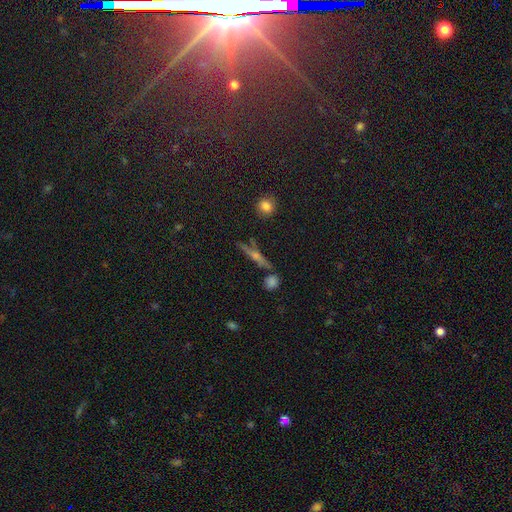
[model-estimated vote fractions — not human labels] A featured or disk galaxy (57%) viewed edge-on (93%) with a rounded central bulge (77%). Merging: none (80%).